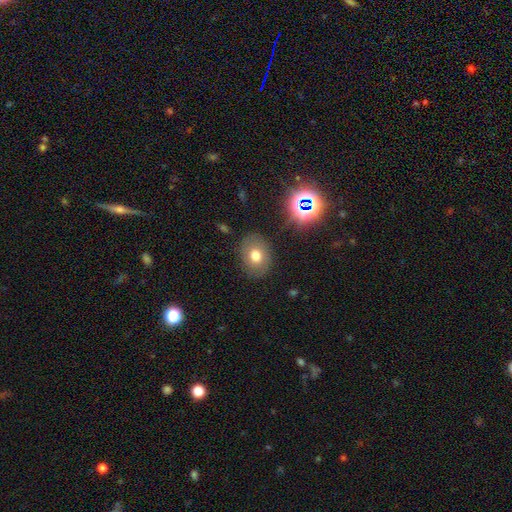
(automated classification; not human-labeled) Smooth or featured? smooth (69%)
How rounded? in between (67%)
Merging? none (83%)